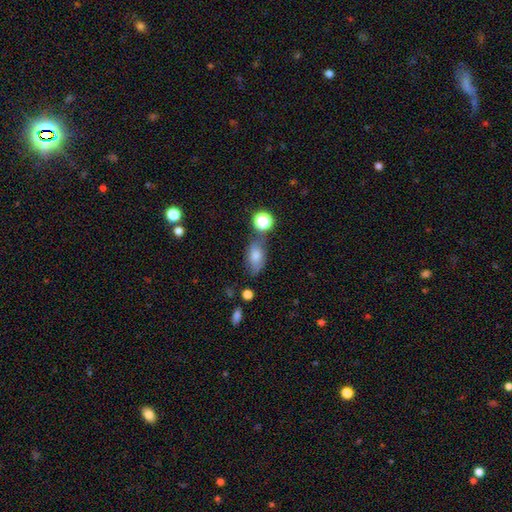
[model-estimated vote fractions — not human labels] smooth-or-featured: smooth: 72% | featured or disk: 17% | star or artifact: 11%
  how-rounded: in between: 85% | round: 10% | cigar-shaped: 4%
  merging: none: 58% | minor disturbance: 23% | merger: 10% | major disturbance: 8%